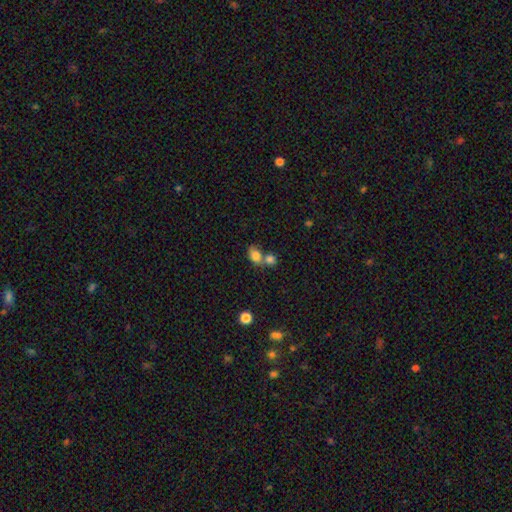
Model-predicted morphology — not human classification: Smooth or featured: smooth — 80% (star or artifact — 10%)
How rounded: in between — 70% (round — 29%)
Merging: merger — 55% (none — 30%)